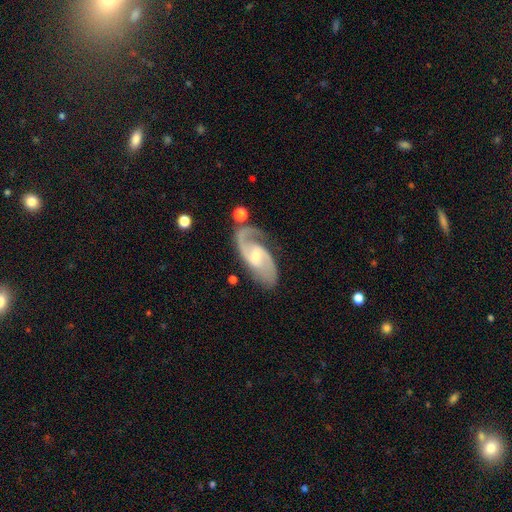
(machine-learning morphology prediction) The model was most divided on "bulge size": small: 52%, moderate: 41%, none: 4%, large: 3%, dominant: 1%. More confident: spiral arms — yes (97%); edge-on disk — no (96%); smooth or featured — featured or disk (89%); spiral arm count — 2 (86%); merging — none (70%); spiral winding — medium (56%); bar — weak (51%).